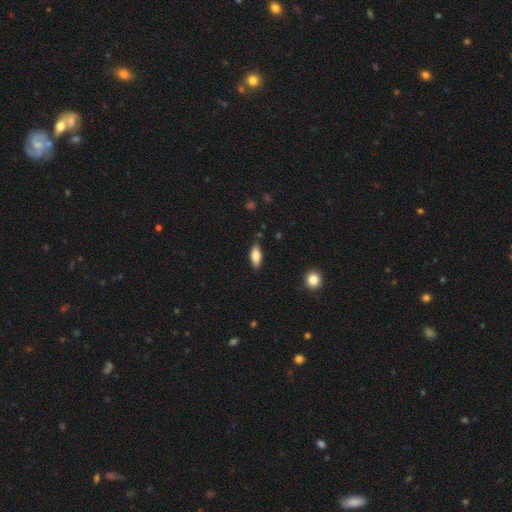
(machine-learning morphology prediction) Smooth or featured? Predicted: smooth (p=0.77). How rounded? Predicted: in between (p=0.78). Merging? Predicted: none (p=0.84).